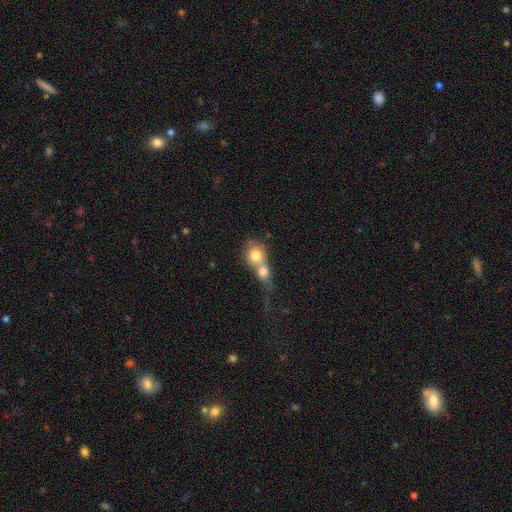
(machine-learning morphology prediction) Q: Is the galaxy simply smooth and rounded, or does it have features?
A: smooth — 72%.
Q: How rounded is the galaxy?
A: round — 77%.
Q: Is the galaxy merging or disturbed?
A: merger — 73%.